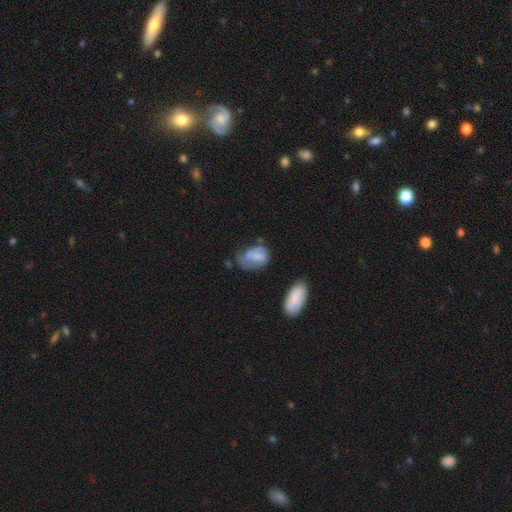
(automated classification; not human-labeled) This is likely a smooth galaxy (63%). How rounded: clearly in between (80%). Merging: marginally minor disturbance (34%).